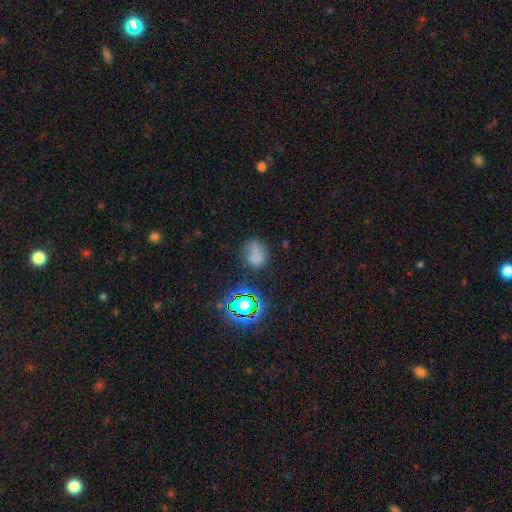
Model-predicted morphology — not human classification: A smooth galaxy with no disk features (65%) that is in between round and cigar-shaped (55%).

Vote fractions:
- Smooth or featured? smooth: 65% / star or artifact: 24% / featured or disk: 12%
- How rounded? in between: 55% / round: 43% / cigar-shaped: 2%
- Merging? none: 59% / minor disturbance: 25% / major disturbance: 12% / merger: 4%